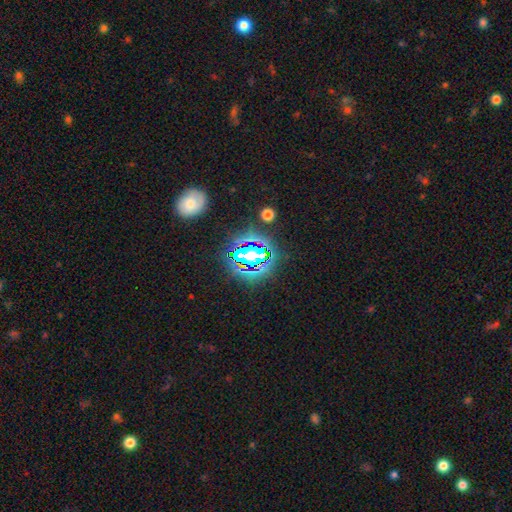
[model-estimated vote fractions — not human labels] This is likely a star or artifact rather than a galaxy (77%).